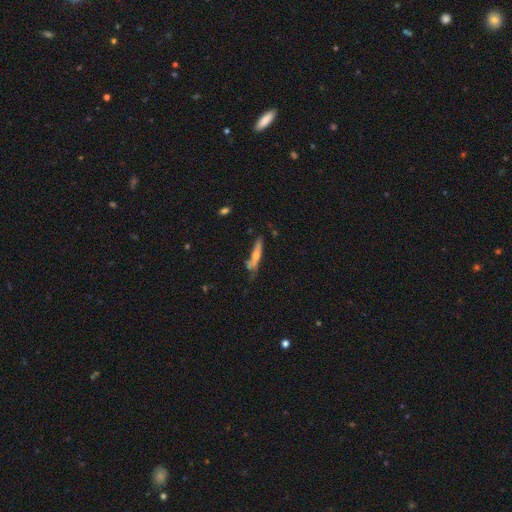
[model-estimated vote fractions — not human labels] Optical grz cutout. It shows a featured or disk galaxy (49%). Merging: none (54%).